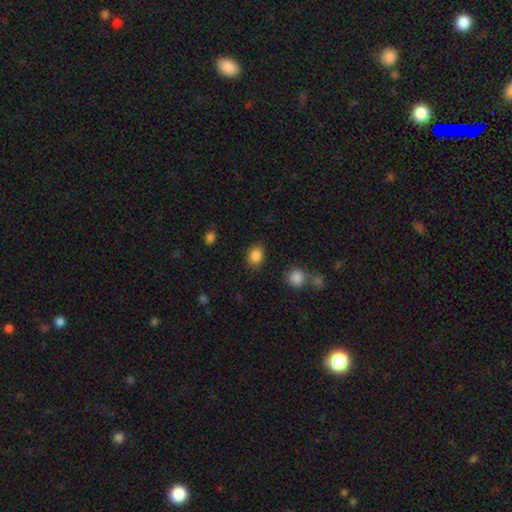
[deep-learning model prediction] smooth-or-featured: smooth: 87% | star or artifact: 9% | featured or disk: 4%
  how-rounded: in between: 69% | round: 29% | cigar-shaped: 1%
  merging: none: 83% | minor disturbance: 11% | major disturbance: 3% | merger: 2%